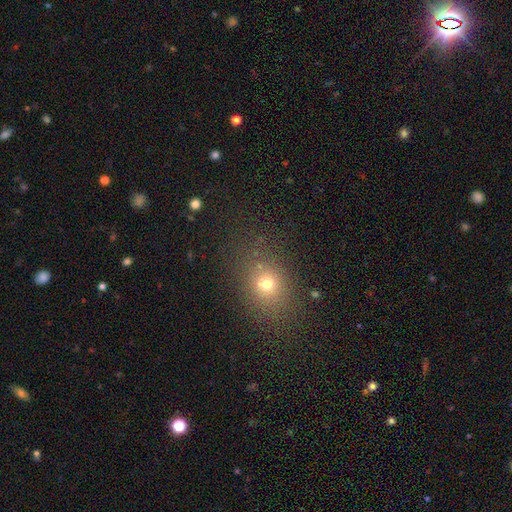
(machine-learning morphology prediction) This is likely a smooth galaxy (63%). How rounded: possibly in between (49%, tied with round). Merging: clearly none (84%).